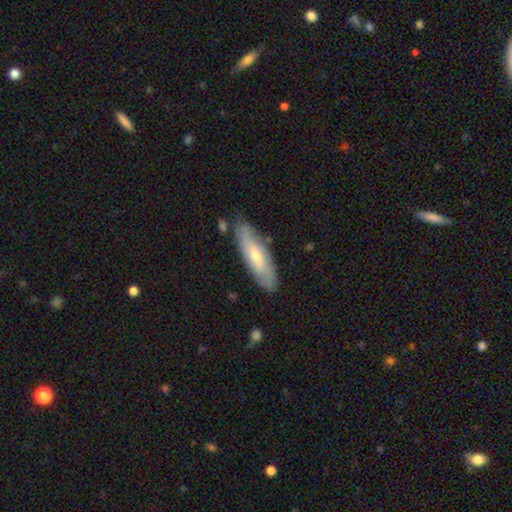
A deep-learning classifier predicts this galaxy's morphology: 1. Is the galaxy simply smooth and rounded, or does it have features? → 48% featured or disk, 47% smooth, 6% star or artifact.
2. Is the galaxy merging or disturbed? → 79% none, 15% minor disturbance, 3% major disturbance, 3% merger.